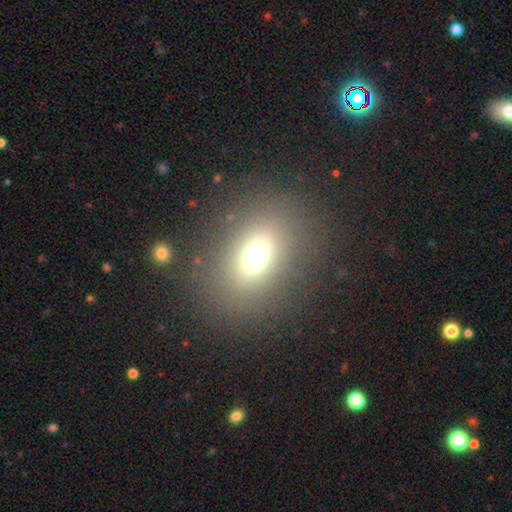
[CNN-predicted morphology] type=smooth (67%); roundness=in between (66%); merging=none (83%).